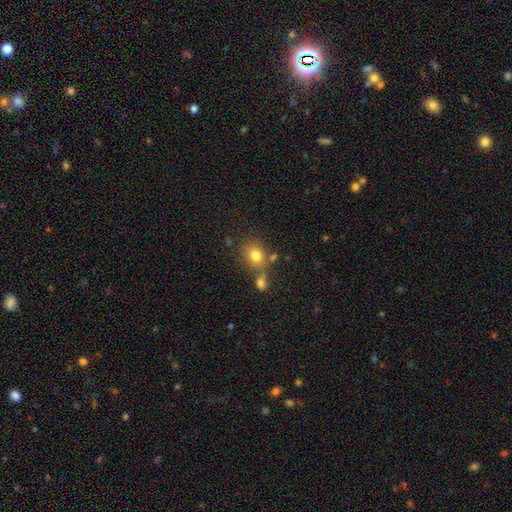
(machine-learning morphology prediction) This is likely a smooth galaxy (79%). How rounded: possibly round (60%). Merging: likely none (61%).